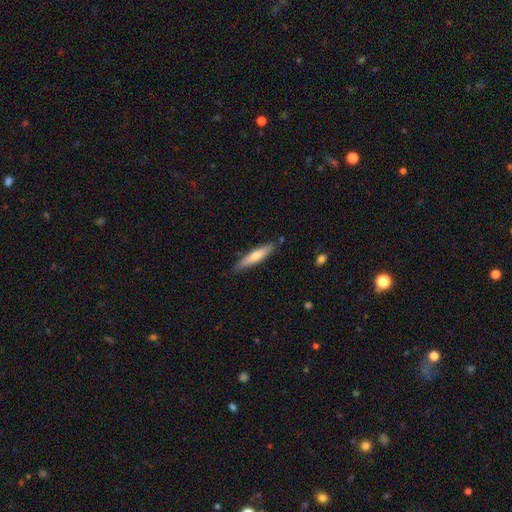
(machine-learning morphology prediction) The model was most divided on "smooth or featured": smooth: 60%, featured or disk: 35%, star or artifact: 5%. More confident: merging — none (84%); how rounded — cigar-shaped (83%).